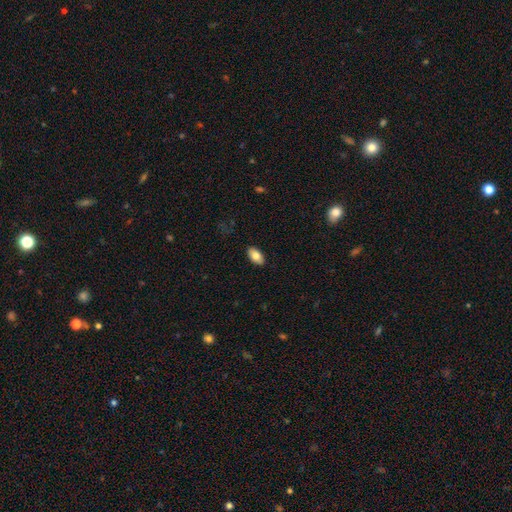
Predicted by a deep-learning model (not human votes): A smooth galaxy with no disk features (80%) that is in between round and cigar-shaped (94%).

Vote fractions:
- Smooth or featured? smooth: 80% / featured or disk: 13% / star or artifact: 7%
- How rounded? in between: 94% / round: 4% / cigar-shaped: 2%
- Merging? none: 89% / minor disturbance: 8% / major disturbance: 2% / merger: 1%